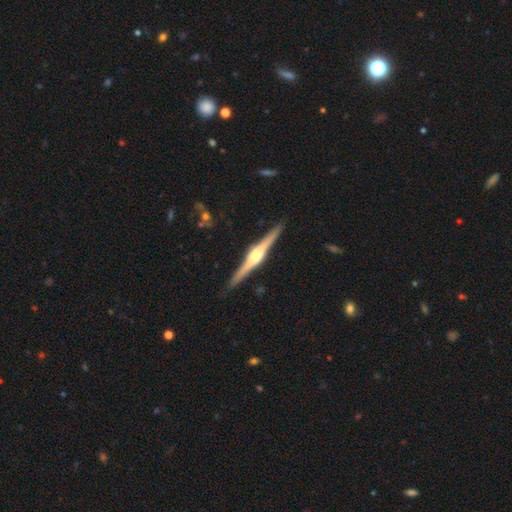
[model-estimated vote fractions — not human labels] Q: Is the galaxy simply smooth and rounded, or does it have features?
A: featured or disk — 84%.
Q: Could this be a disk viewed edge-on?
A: yes — 99%.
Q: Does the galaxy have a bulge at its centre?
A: rounded — 86%.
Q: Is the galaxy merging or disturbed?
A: none — 91%.